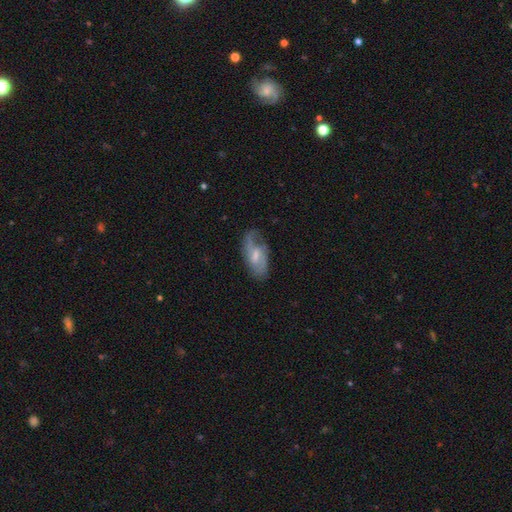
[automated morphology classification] featured or disk 64%, smooth 29%, star or artifact 6%. Down the decision tree: edge-on disk — no (93%); bar — weak (55%); spiral arms — yes (83%); bulge size — small (45%); merging — none (61%).